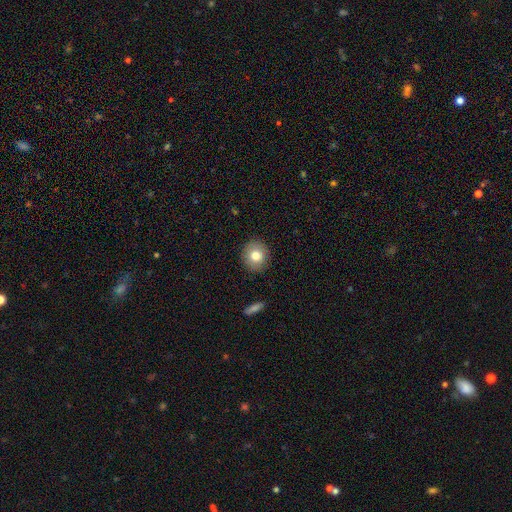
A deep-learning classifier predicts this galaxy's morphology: Smooth or featured? smooth (78%)
How rounded? round (85%)
Merging? none (90%)